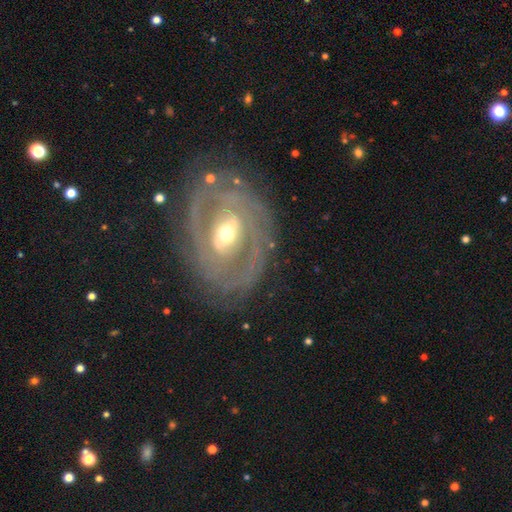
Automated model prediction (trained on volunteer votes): smooth-or-featured: featured or disk: 82% | smooth: 10% | star or artifact: 8%
  disk-edge-on: no: 95% | yes: 5%
    bar: weak: 44% | strong: 31% | no: 25%
    has-spiral-arms: yes: 83% | no: 17%
      spiral-winding: tight: 60% | medium: 30% | loose: 10%
      spiral-arm-count: 2: 55% | can't tell: 24% | 3: 8% | 1: 5% | 4: 4% | more than 4: 4%
    bulge-size: moderate: 59% | small: 34% | large: 5% | dominant: 1% | none: 1%
  merging: none: 77% | minor disturbance: 14% | major disturbance: 7% | merger: 2%